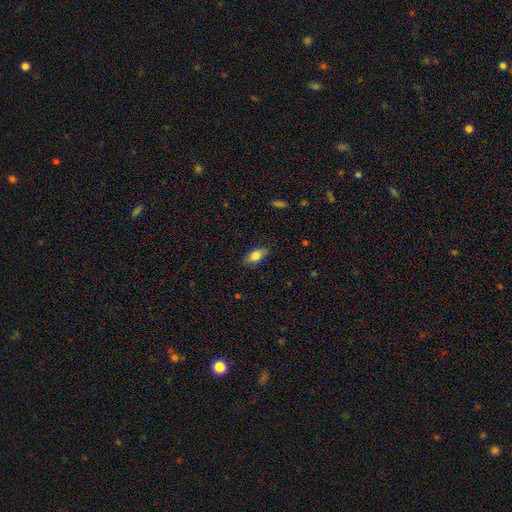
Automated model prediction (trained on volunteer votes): smooth_or_featured: smooth (p=0.75) [alt: featured or disk p=0.17]
how_rounded: in between (p=0.85) [alt: cigar-shaped p=0.12]
merging: none (p=0.82) [alt: minor disturbance p=0.15]